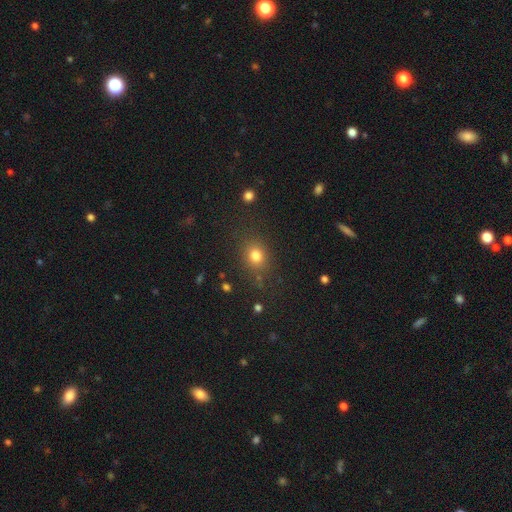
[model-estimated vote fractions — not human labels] Q: Smooth or featured?
A: smooth (79%); runner-up: star or artifact (14%)
Q: How rounded?
A: round (66%); runner-up: in between (32%)
Q: Merging?
A: none (81%); runner-up: minor disturbance (11%)